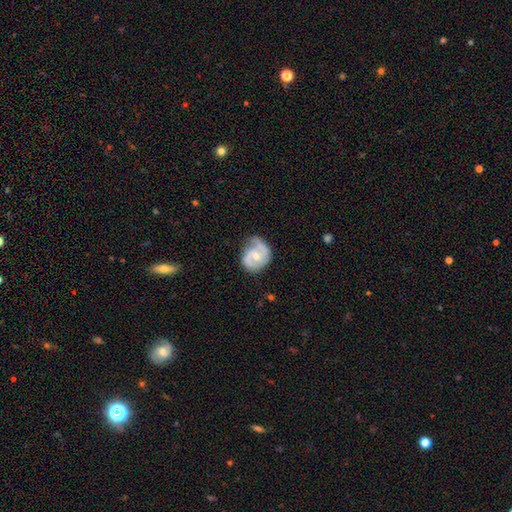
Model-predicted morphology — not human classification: A featured or disk galaxy (74%) with no bar (50%), 2 (74%) medium (48%) spiral arms (92%) and a moderate central bulge (49%). Merging: none (53%).